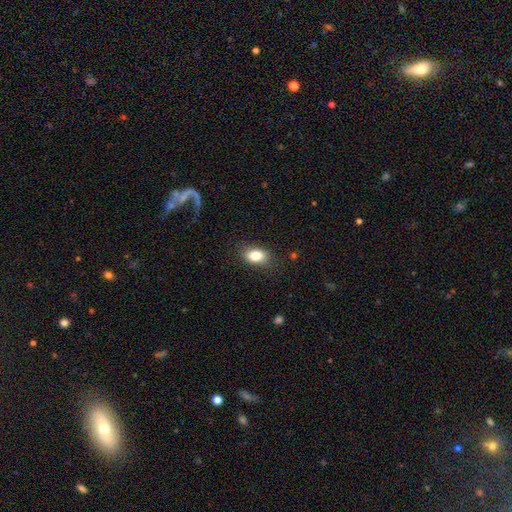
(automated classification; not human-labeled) Q: Smooth or featured?
A: smooth (83%); runner-up: featured or disk (9%)
Q: How rounded?
A: in between (86%); runner-up: round (11%)
Q: Merging?
A: none (83%); runner-up: minor disturbance (12%)